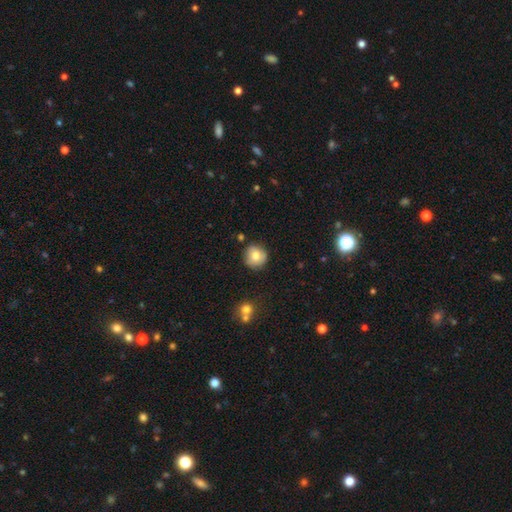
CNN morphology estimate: Smooth or featured: smooth — 72% (featured or disk — 19%)
How rounded: round — 93% (in between — 6%)
Merging: none — 82% (minor disturbance — 12%)